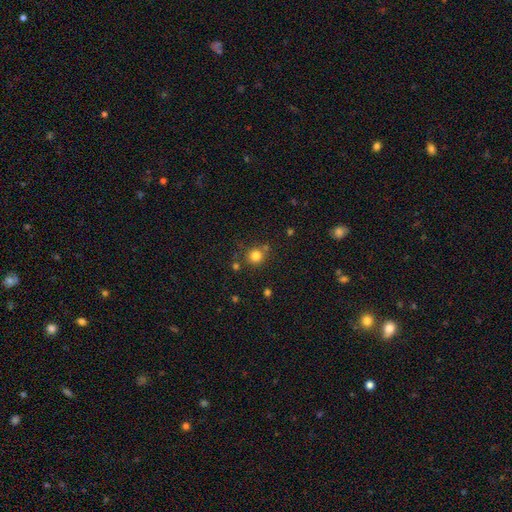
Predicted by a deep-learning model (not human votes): This is clearly a smooth galaxy (81%). How rounded: clearly round (89%). Merging: likely none (75%).